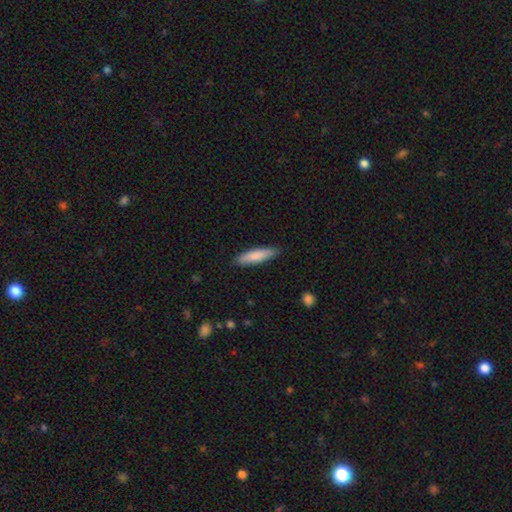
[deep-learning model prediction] A smooth galaxy with no disk features (83%) that is cigar-shaped (78%).

Vote fractions:
- Smooth or featured? smooth: 83% / featured or disk: 12% / star or artifact: 5%
- How rounded? cigar-shaped: 78% / in between: 21% / round: 1%
- Merging? none: 88% / minor disturbance: 9% / major disturbance: 2% / merger: 1%